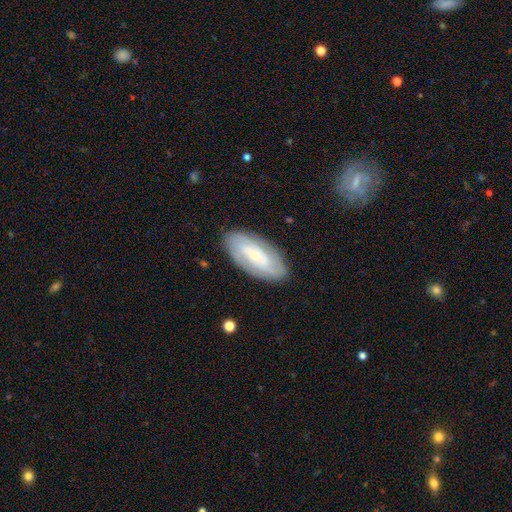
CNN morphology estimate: smooth-or-featured: featured or disk: 63% | smooth: 30% | star or artifact: 6%
  disk-edge-on: no: 91% | yes: 9%
    bar: no: 57% | weak: 31% | strong: 12%
    has-spiral-arms: yes: 83% | no: 17%
    bulge-size: small: 76% | moderate: 19% | none: 2% | large: 2% | dominant: 1%
  merging: none: 83% | minor disturbance: 12% | major disturbance: 3% | merger: 1%